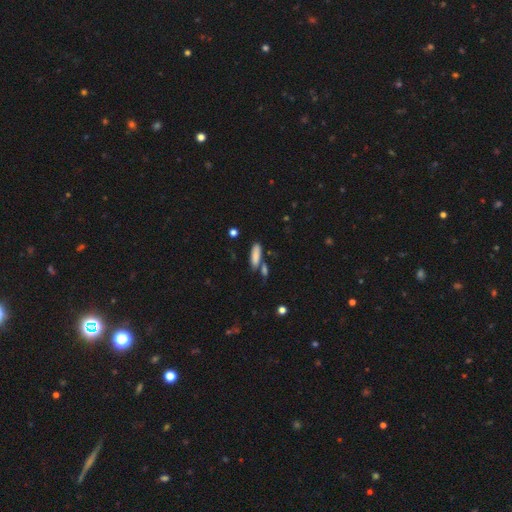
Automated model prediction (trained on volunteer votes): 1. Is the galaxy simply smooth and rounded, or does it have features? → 85% smooth, 8% featured or disk, 7% star or artifact.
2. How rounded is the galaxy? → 51% cigar-shaped, 46% in between, 2% round.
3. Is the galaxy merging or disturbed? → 66% none, 16% merger, 14% minor disturbance, 4% major disturbance.